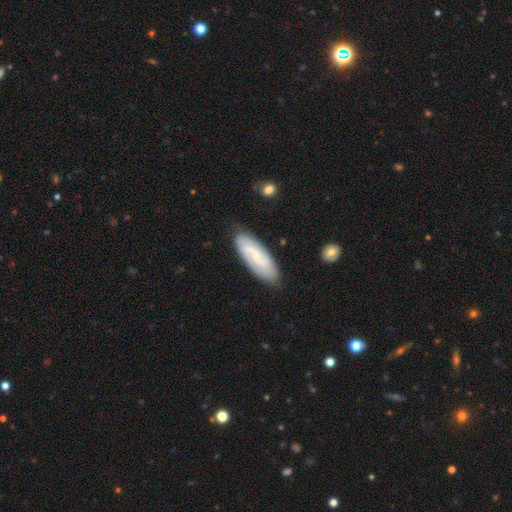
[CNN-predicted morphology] smooth_or_featured: featured or disk (p=0.64) [alt: smooth p=0.30]
disk_edge_on: no (p=0.89) [alt: yes p=0.11]
bar: weak (p=0.44) [alt: no p=0.42]
has_spiral_arms: yes (p=0.88) [alt: no p=0.12]
spiral_winding: tight (p=0.42) [alt: medium p=0.40]
spiral_arm_count: 2 (p=0.63) [alt: can't tell p=0.25]
bulge_size: small (p=0.71) [alt: moderate p=0.18]
merging: none (p=0.82) [alt: minor disturbance p=0.14]